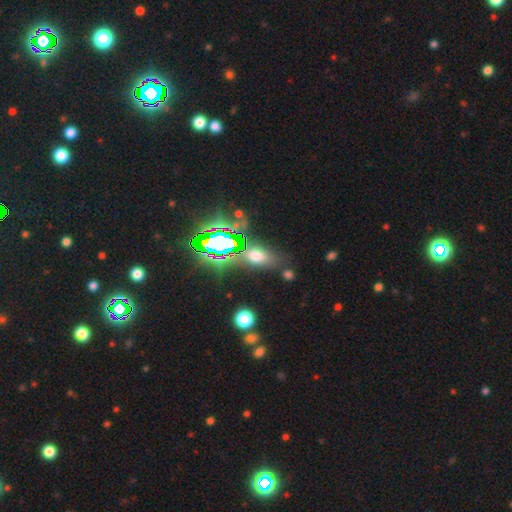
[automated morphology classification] Q: Smooth or featured?
A: smooth (54%); runner-up: star or artifact (32%)
Q: How rounded?
A: in between (79%); runner-up: round (13%)
Q: Merging?
A: none (73%); runner-up: minor disturbance (14%)